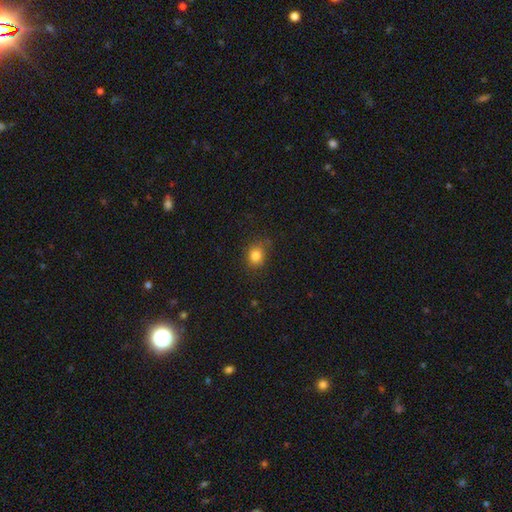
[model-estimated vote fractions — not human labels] smooth-or-featured: smooth: 83% | star or artifact: 11% | featured or disk: 5%
  how-rounded: round: 69% | in between: 30% | cigar-shaped: 1%
  merging: none: 80% | minor disturbance: 15% | major disturbance: 4% | merger: 2%